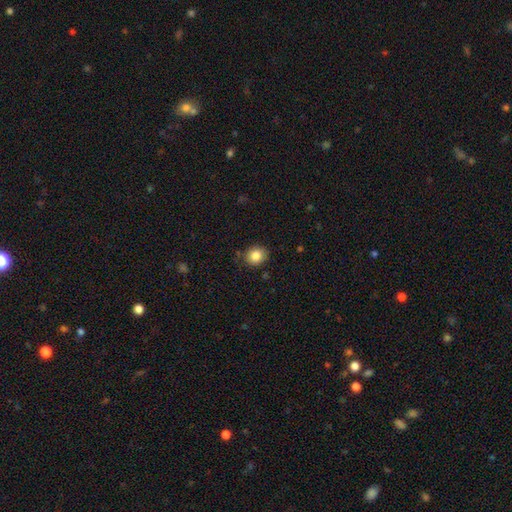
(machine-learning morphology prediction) smooth-or-featured: smooth: 85% | star or artifact: 9% | featured or disk: 6%
  how-rounded: round: 69% | in between: 31% | cigar-shaped: 1%
  merging: none: 83% | minor disturbance: 12% | major disturbance: 3% | merger: 2%